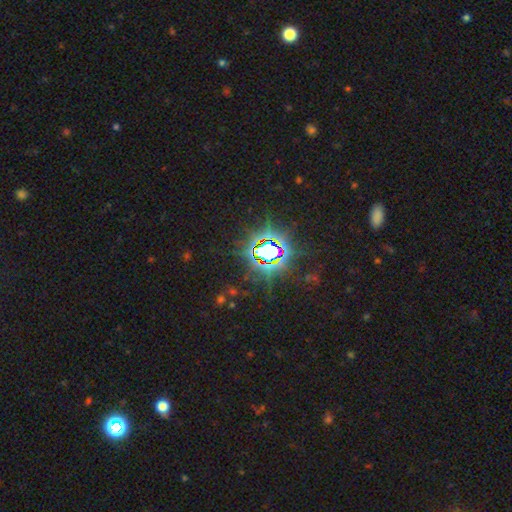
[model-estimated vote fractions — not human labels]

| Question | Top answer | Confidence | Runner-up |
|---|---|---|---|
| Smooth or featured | star or artifact | 82% | smooth (11%) |